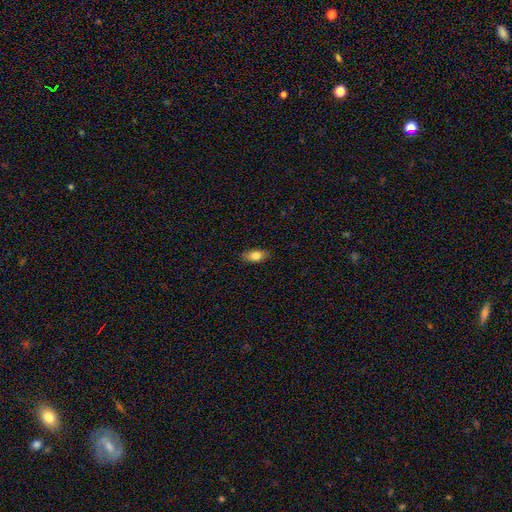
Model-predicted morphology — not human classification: This appears to be a smooth galaxy with no disk features (81%) that is in between round and cigar-shaped (86%). Merging: none (86%).